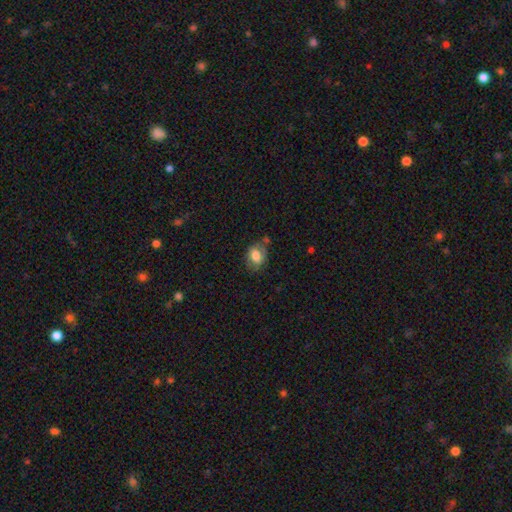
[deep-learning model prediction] Overall: smooth (74%). How rounded: in between (65%; round 34%). Merging: none (60%; minor disturbance 24%).